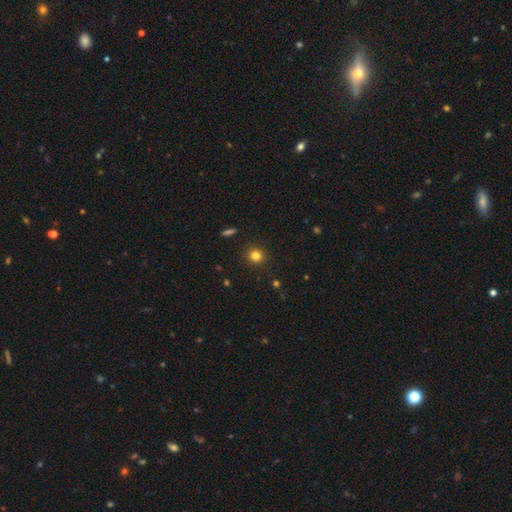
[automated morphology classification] Smooth or featured?
  - smooth: 80% *
  - star or artifact: 14%
  - featured or disk: 6%
How rounded?
  - round: 91% *
  - in between: 8%
  - cigar-shaped: 1%
Merging?
  - none: 91% *
  - minor disturbance: 6%
  - major disturbance: 2%
  - merger: 1%